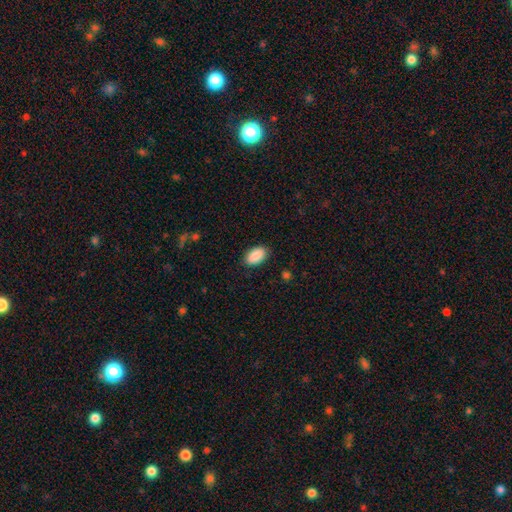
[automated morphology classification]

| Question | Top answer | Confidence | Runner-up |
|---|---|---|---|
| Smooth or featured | smooth | 90% | star or artifact (6%) |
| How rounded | in between | 94% | round (4%) |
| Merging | none | 86% | minor disturbance (10%) |